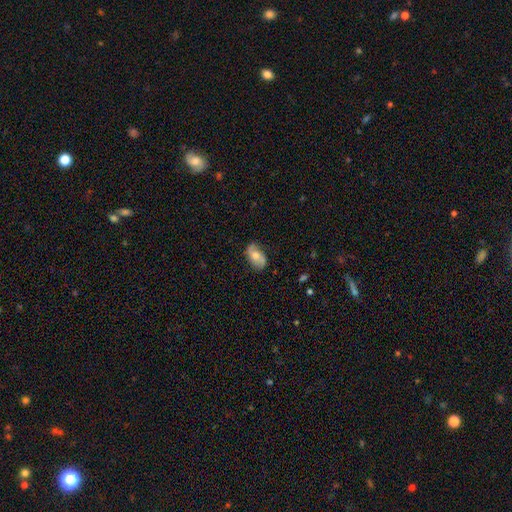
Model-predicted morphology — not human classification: Smooth or featured? Predicted: featured or disk (p=0.55). Edge-on disk? Predicted: no (p=0.94). Bar? Predicted: no (p=0.62). Spiral arms? Predicted: yes (p=0.81). Bulge size? Predicted: moderate (p=0.68). Merging? Predicted: none (p=0.72).